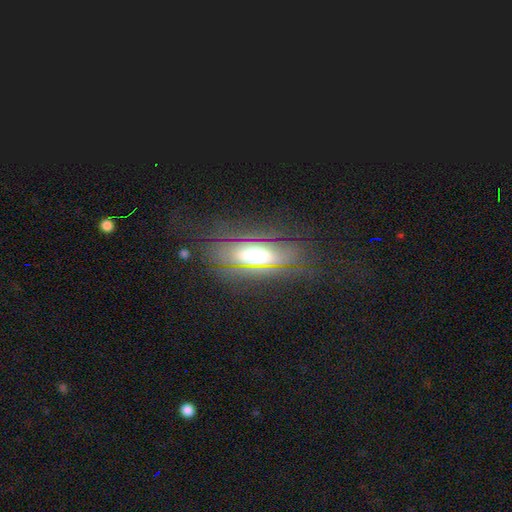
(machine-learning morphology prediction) smooth-or-featured: featured or disk: 61% | smooth: 28% | star or artifact: 12%
  disk-edge-on: no: 64% | yes: 36%
  merging: none: 73% | minor disturbance: 17% | major disturbance: 8% | merger: 1%